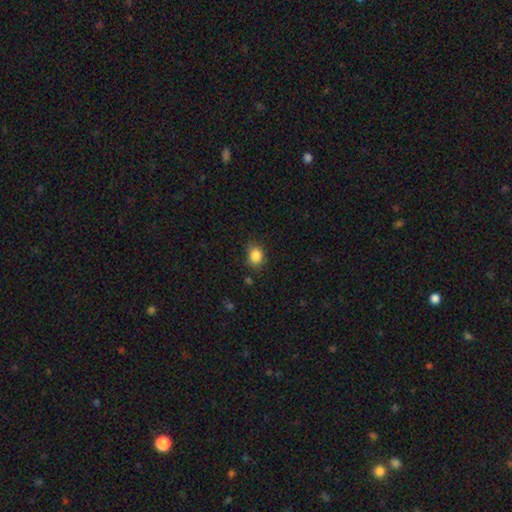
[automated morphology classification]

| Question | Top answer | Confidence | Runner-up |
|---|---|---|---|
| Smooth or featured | smooth | 85% | star or artifact (10%) |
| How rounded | round | 57% | in between (42%) |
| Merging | none | 77% | minor disturbance (17%) |